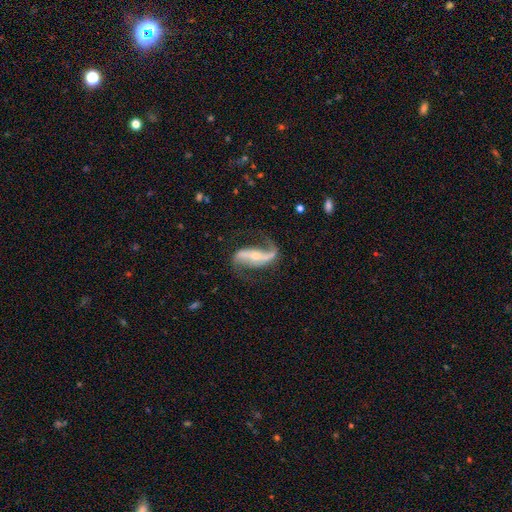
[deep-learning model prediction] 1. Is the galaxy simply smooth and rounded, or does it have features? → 89% featured or disk, 6% smooth, 5% star or artifact.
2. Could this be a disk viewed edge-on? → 94% no, 6% yes.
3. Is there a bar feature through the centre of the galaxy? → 53% strong, 24% weak, 23% no.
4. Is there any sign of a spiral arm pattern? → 96% yes, 4% no.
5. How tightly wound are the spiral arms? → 69% loose, 24% medium, 6% tight.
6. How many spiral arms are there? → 89% 2, 6% 1, 2% can't tell, 1% 3, 1% 4, 1% more than 4.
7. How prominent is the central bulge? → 57% small, 38% moderate, 2% large, 2% none, 1% dominant.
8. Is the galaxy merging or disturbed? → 72% none, 15% minor disturbance, 11% major disturbance, 2% merger.